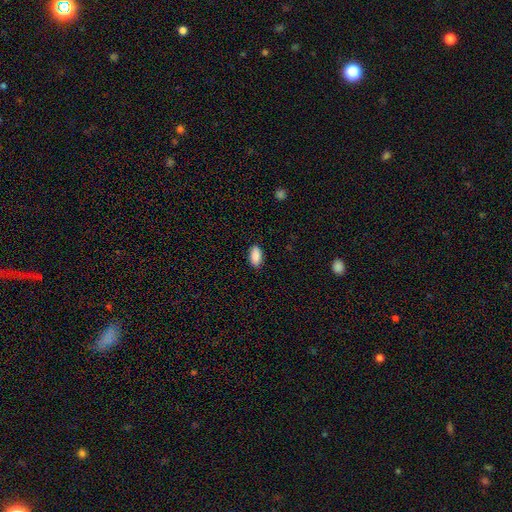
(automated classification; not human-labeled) Smooth or featured?
  - smooth: 89% *
  - star or artifact: 7%
  - featured or disk: 4%
How rounded?
  - in between: 93% *
  - cigar-shaped: 4%
  - round: 3%
Merging?
  - none: 88% *
  - minor disturbance: 9%
  - major disturbance: 2%
  - merger: 1%